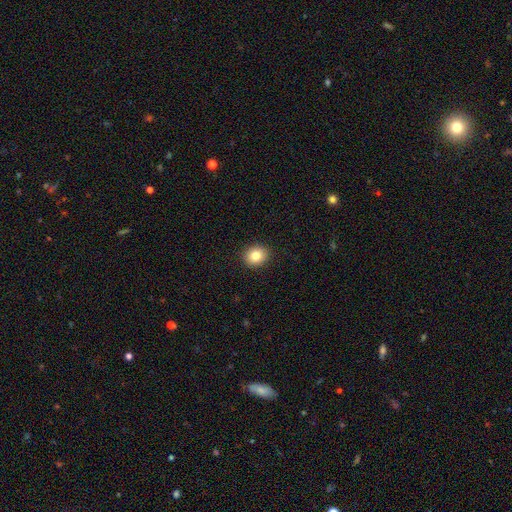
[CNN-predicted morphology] type=smooth (83%); roundness=round (64%); merging=none (91%).